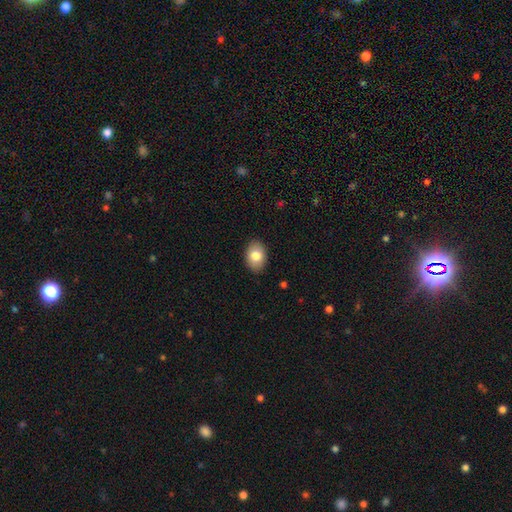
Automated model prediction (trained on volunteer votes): A smooth galaxy with no disk features (81%) that is in between round and cigar-shaped (81%). Merging: none (89%).